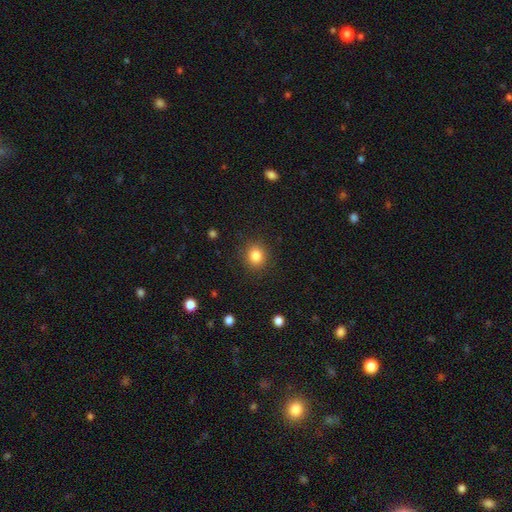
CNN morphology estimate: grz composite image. It shows a smooth galaxy with no disk features (84%) that is round (81%). Merging: none (89%).